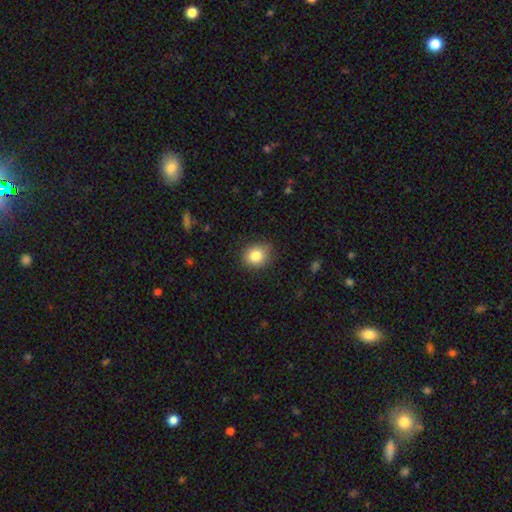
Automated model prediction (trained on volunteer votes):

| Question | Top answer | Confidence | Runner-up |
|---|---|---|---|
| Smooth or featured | smooth | 83% | star or artifact (10%) |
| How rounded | round | 75% | in between (24%) |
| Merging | none | 82% | minor disturbance (14%) |